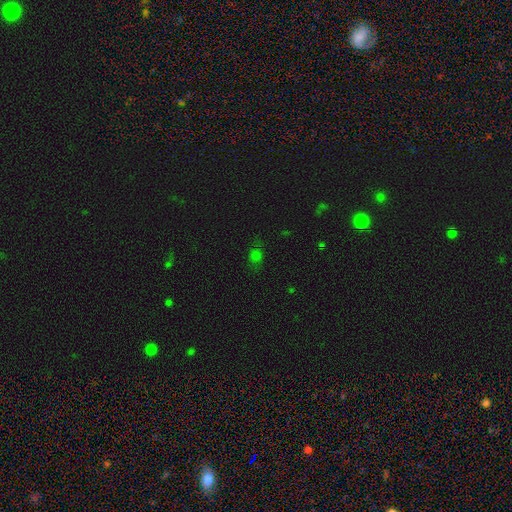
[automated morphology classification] A smooth galaxy with no disk features (65%) that is round (60%). Merging: none (74%).